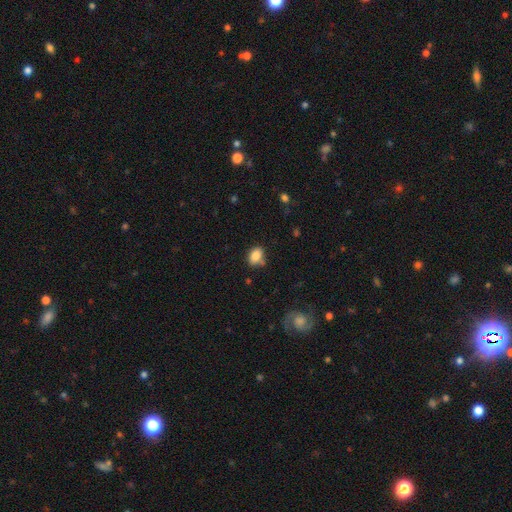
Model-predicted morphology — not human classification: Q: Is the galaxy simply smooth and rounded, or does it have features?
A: smooth — 84%.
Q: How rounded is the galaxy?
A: in between — 77%.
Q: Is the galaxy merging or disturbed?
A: none — 66%.